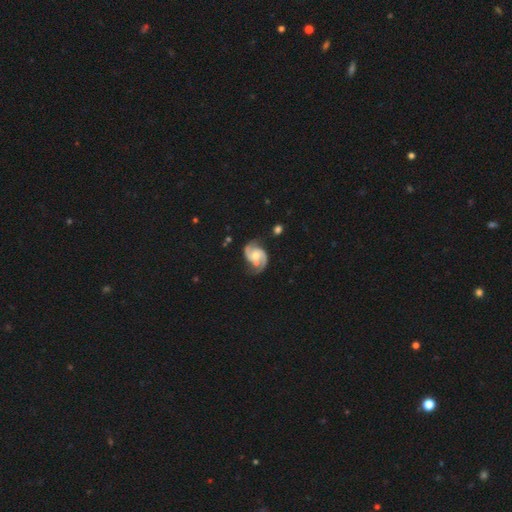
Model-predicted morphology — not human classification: Smooth or featured? Predicted: featured or disk (p=0.91). Edge-on disk? Predicted: no (p=0.98). Bar? Predicted: no (p=0.58). Spiral arms? Predicted: yes (p=0.98). Spiral winding? Predicted: medium (p=0.56). Spiral arm count? Predicted: 2 (p=0.93). Bulge size? Predicted: moderate (p=0.55). Merging? Predicted: none (p=0.74).